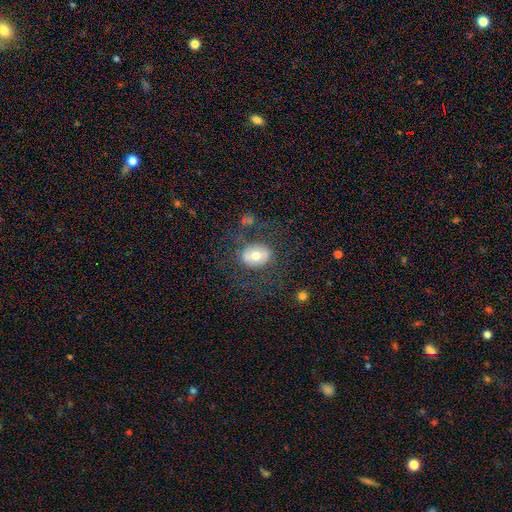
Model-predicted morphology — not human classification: Overall: smooth (54%; featured or disk 38%). How rounded: in between (67%; round 32%). Merging: none (64%).